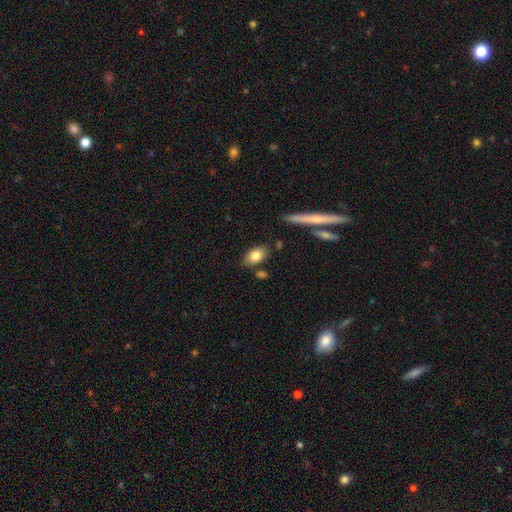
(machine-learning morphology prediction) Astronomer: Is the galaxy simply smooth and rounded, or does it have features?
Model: smooth — 81%.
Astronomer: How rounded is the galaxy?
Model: in between — 86%.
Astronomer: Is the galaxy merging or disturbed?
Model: none — 78%.